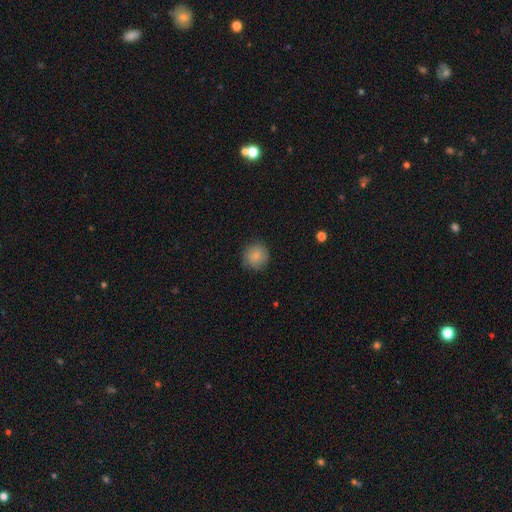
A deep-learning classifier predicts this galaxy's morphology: This is clearly a smooth galaxy (82%). How rounded: clearly round (93%). Merging: clearly none (83%).